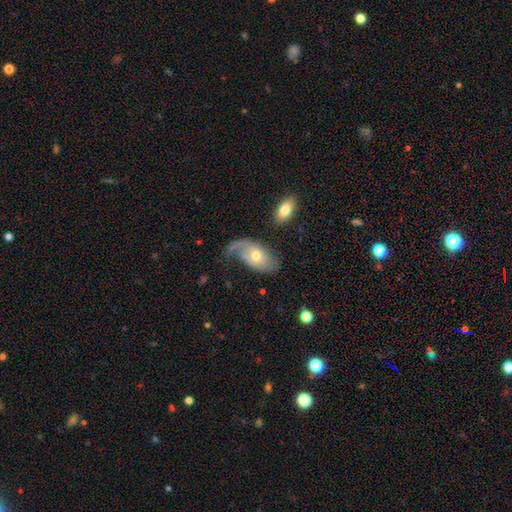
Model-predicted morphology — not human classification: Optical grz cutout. It shows a featured or disk galaxy (63%) with no bar (74%), spiral arms (82%) and a moderate central bulge (64%). Merging: none (39%).